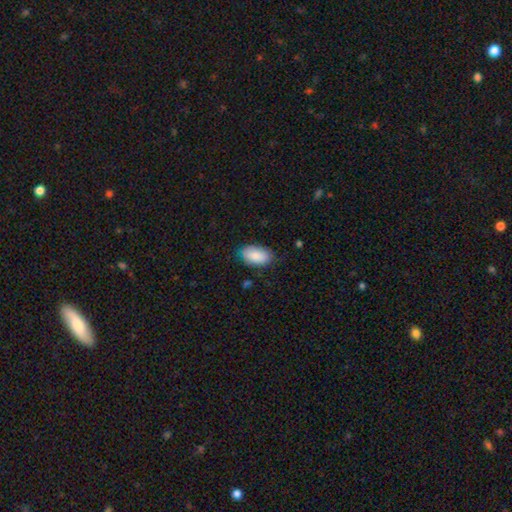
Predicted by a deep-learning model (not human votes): smooth 87%, featured or disk 7%, star or artifact 6%. Down the decision tree: how rounded — in between (94%); merging — none (79%).